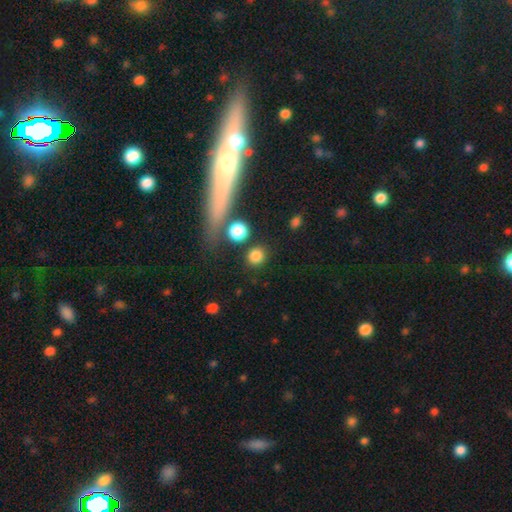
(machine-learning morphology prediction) type=smooth (82%); roundness=round (88%); merging=none (80%).